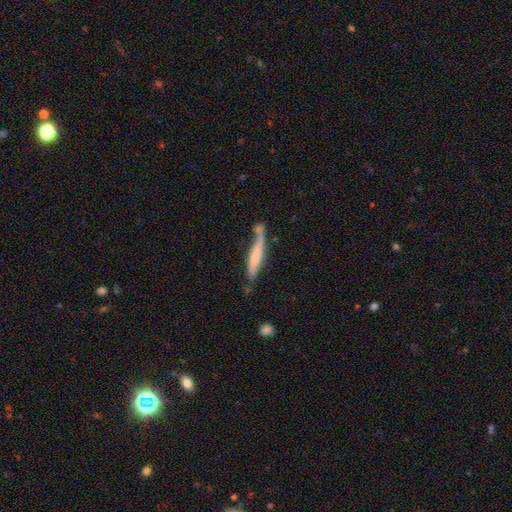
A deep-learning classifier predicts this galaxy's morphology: Smooth or featured? smooth (57%)
How rounded? cigar-shaped (88%)
Merging? none (44%)